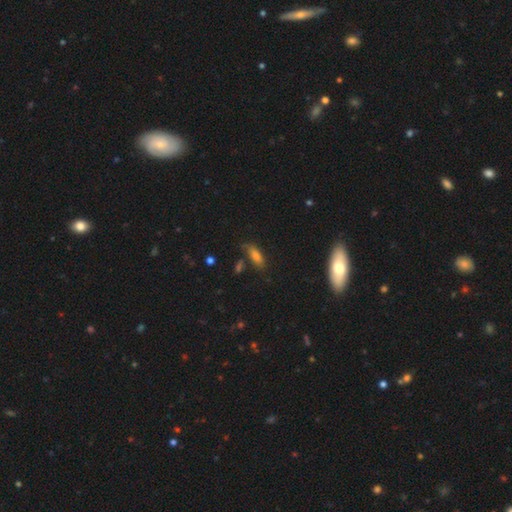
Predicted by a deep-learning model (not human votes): Overall: smooth (71%). How rounded: in between (64%; cigar-shaped 32%). Merging: none (61%; minor disturbance 23%).